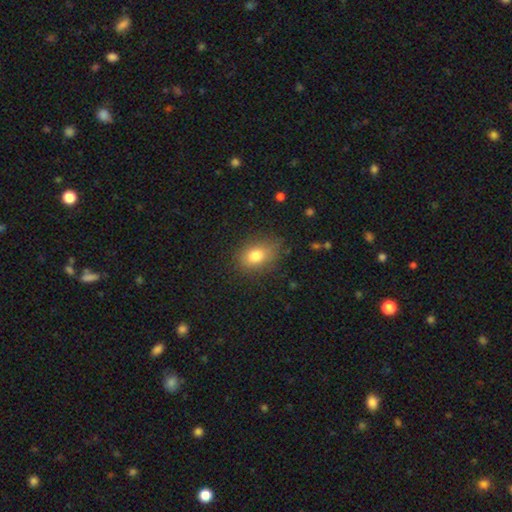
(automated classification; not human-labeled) Overall: smooth (79%). How rounded: in between (73%). Merging: none (77%).